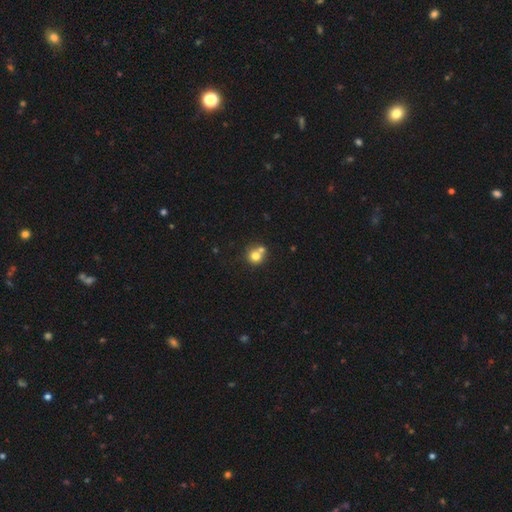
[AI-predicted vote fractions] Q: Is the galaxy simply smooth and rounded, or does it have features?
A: smooth — 75%.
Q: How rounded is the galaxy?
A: round — 88%.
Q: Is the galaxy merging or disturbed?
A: none — 51%.